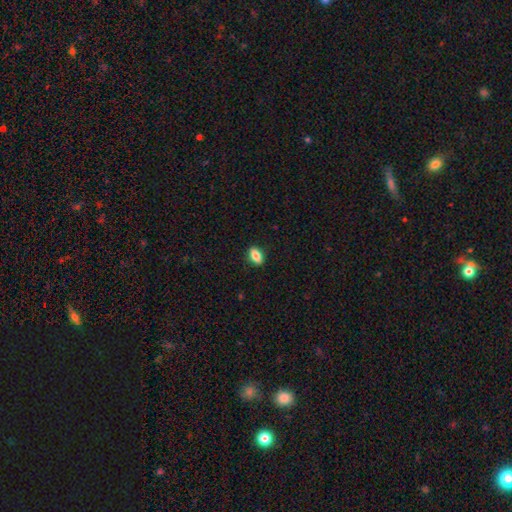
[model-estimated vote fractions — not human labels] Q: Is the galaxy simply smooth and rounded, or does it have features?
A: smooth — 82%.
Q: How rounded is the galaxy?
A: in between — 86%.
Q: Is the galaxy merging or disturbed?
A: none — 88%.